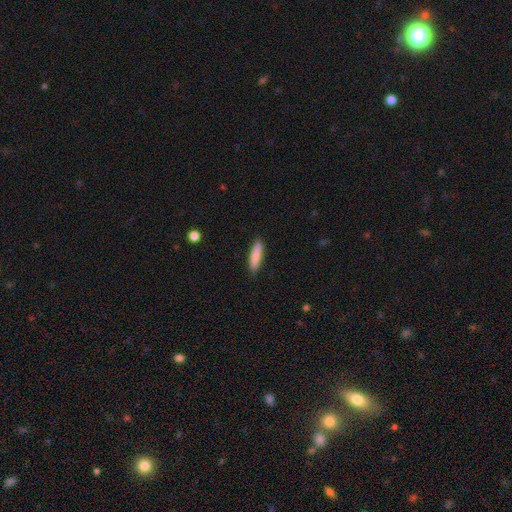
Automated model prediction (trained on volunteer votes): Smooth or featured? Predicted: smooth (p=0.84). How rounded? Predicted: cigar-shaped (p=0.75). Merging? Predicted: none (p=0.87).